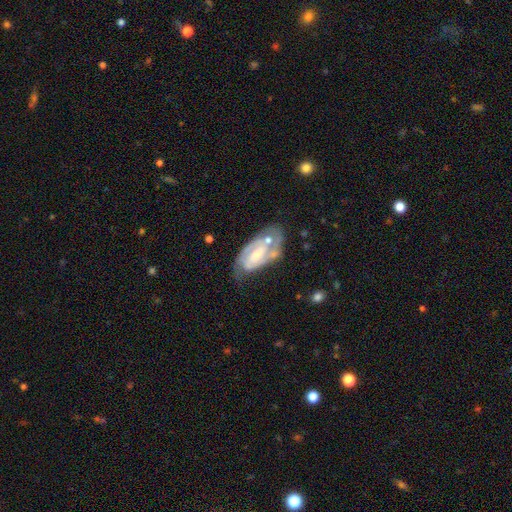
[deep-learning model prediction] Overall: featured or disk (78%). Edge-on disk: no (95%). Bar: weak (44%; no 33%). Spiral arms: yes (88%). Spiral arm count: 2 (63%). Spiral winding: tight (49%; medium 40%). Bulge size: small (44%; moderate 35%). Merging: none (48%; minor disturbance 26%).